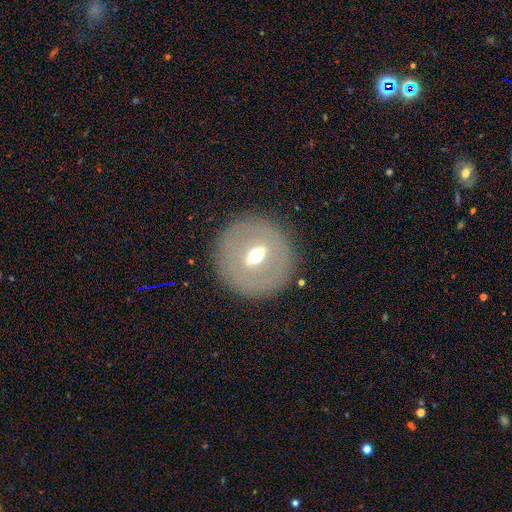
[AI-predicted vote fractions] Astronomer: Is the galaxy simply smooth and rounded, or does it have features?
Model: featured or disk — 60%.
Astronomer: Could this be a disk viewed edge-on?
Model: no — 67%.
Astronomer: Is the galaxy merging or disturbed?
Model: none — 87%.